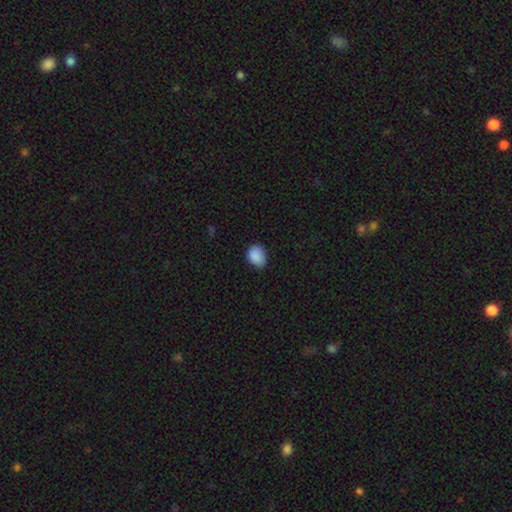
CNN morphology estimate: smooth_or_featured: smooth (p=0.88) [alt: star or artifact p=0.08]
how_rounded: in between (p=0.58) [alt: round p=0.41]
merging: none (p=0.67) [alt: minor disturbance p=0.28]